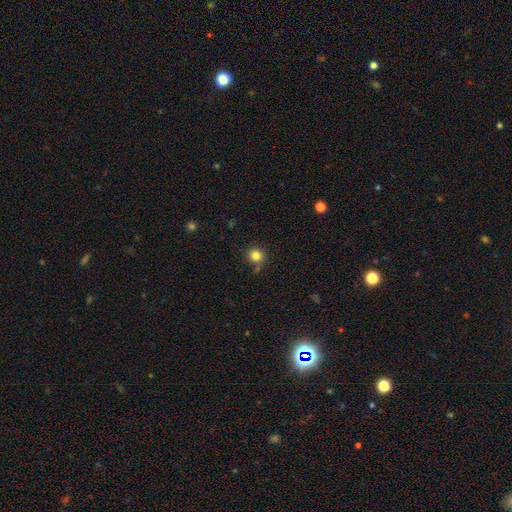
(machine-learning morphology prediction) Smooth or featured?
  - smooth: 82% *
  - star or artifact: 12%
  - featured or disk: 6%
How rounded?
  - round: 90% *
  - in between: 9%
  - cigar-shaped: 1%
Merging?
  - none: 78% *
  - minor disturbance: 12%
  - merger: 7%
  - major disturbance: 3%